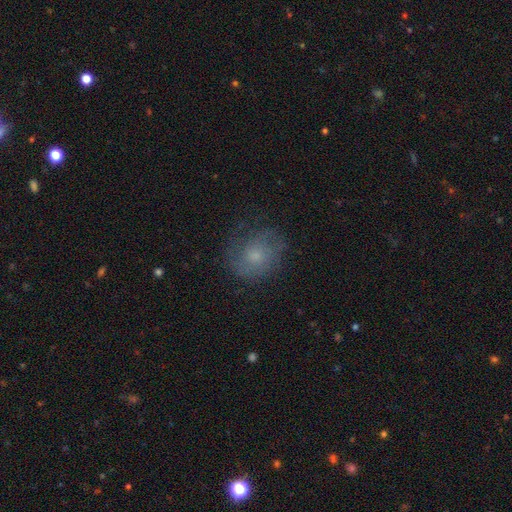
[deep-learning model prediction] This appears to be a featured or disk galaxy (51%). Merging: none (69%).